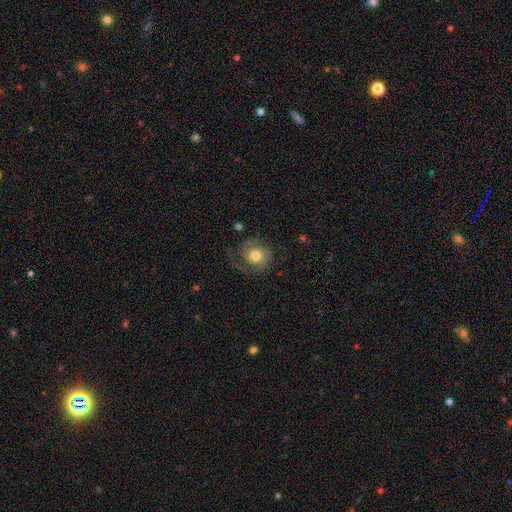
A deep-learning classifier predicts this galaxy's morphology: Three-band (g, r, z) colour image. It shows a featured or disk galaxy (66%) with no bar (78%), 2 (47%) medium (40%) spiral arms (90%) and a moderate central bulge (67%). Merging: none (57%).